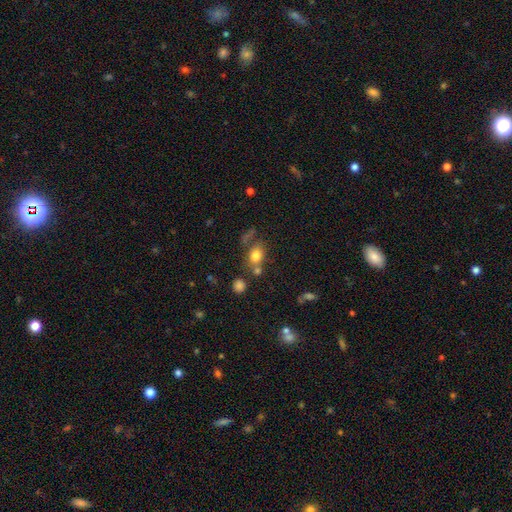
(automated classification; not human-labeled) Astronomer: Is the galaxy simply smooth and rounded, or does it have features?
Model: smooth — 77%.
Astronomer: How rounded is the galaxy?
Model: in between — 56% (runner-up: round, 42%).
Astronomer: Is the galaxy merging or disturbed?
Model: none — 53%.